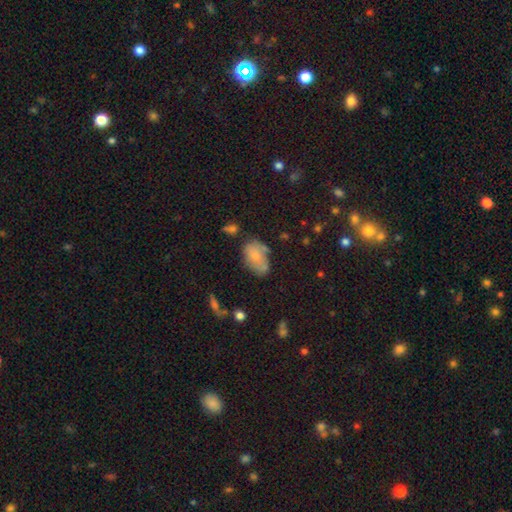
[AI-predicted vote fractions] A smooth galaxy with no disk features (72%) that is in between round and cigar-shaped (91%). Merging: none (52%).